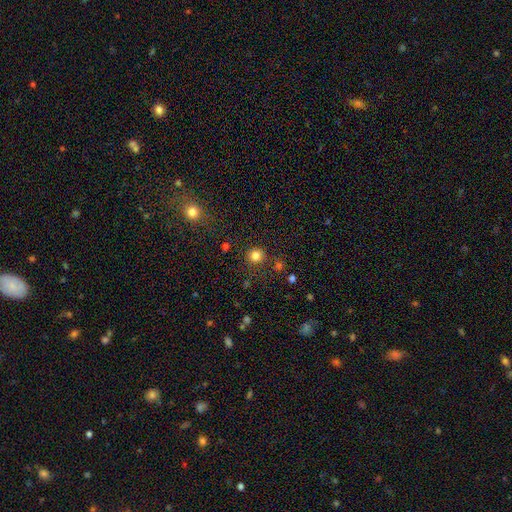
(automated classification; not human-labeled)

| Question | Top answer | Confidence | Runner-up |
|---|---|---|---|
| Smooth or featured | smooth | 82% | star or artifact (14%) |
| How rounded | round | 92% | in between (7%) |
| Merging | none | 84% | minor disturbance (9%) |